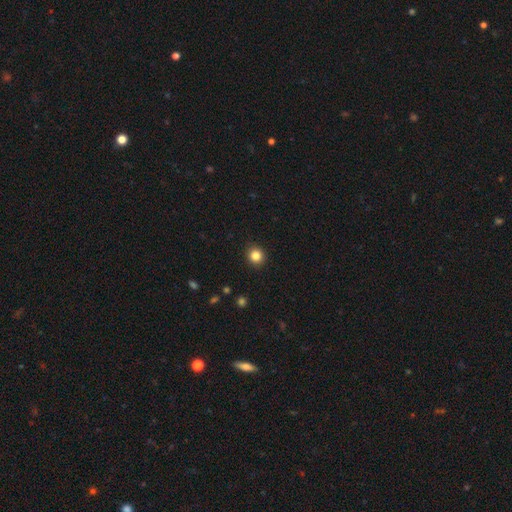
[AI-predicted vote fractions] Smooth or featured?
  - smooth: 84% *
  - star or artifact: 11%
  - featured or disk: 5%
How rounded?
  - round: 89% *
  - in between: 10%
  - cigar-shaped: 1%
Merging?
  - none: 92% *
  - minor disturbance: 5%
  - major disturbance: 2%
  - merger: 1%